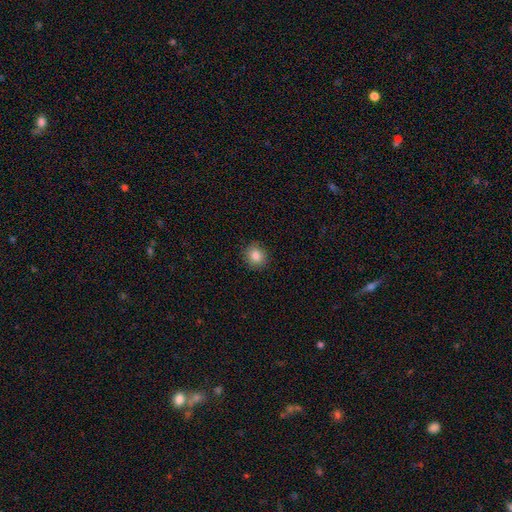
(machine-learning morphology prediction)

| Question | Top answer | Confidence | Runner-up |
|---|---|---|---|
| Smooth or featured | smooth | 84% | star or artifact (10%) |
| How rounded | round | 82% | in between (17%) |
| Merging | none | 90% | minor disturbance (7%) |